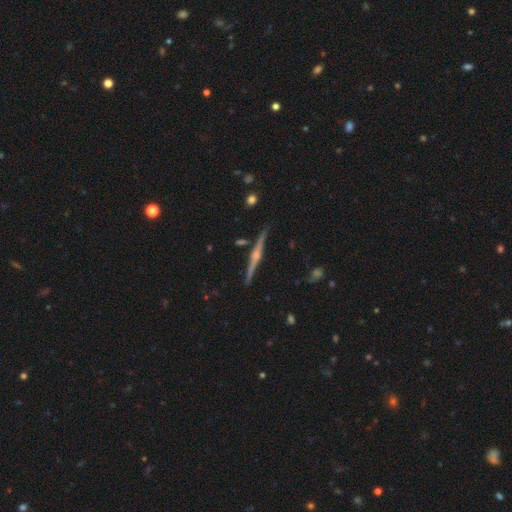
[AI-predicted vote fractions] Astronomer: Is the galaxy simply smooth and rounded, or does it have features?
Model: featured or disk — 83%.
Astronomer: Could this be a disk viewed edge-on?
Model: yes — 98%.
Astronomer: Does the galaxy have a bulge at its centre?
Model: rounded — 86%.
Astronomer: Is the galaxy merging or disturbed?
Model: none — 89%.